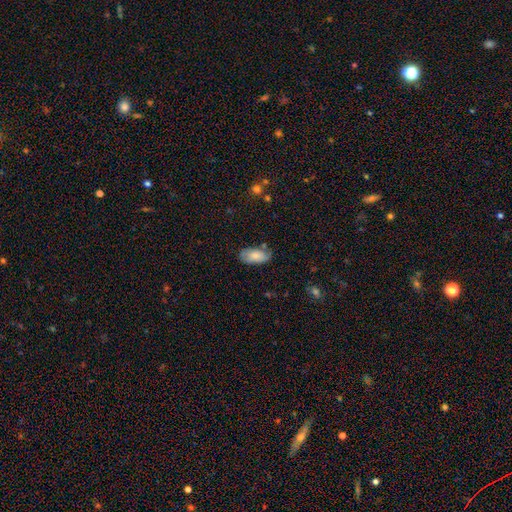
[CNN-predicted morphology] Smooth or featured? smooth (75%)
How rounded? in between (93%)
Merging? none (68%)